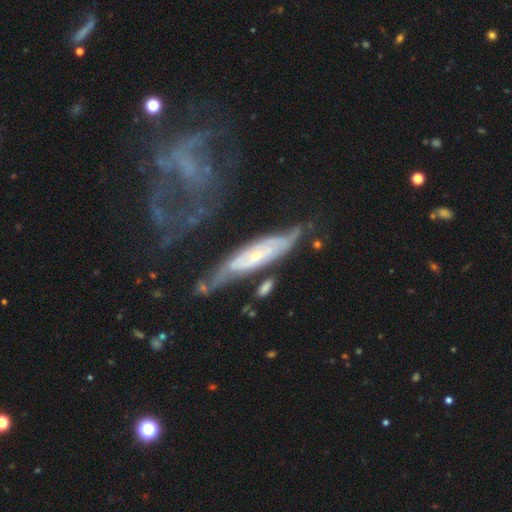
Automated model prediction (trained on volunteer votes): Smooth or featured? Predicted: featured or disk (p=0.76). Edge-on disk? Predicted: no (p=0.77). Bar? Predicted: no (p=0.67). Spiral arms? Predicted: yes (p=0.79). Bulge size? Predicted: small (p=0.72). Merging? Predicted: none (p=0.55).